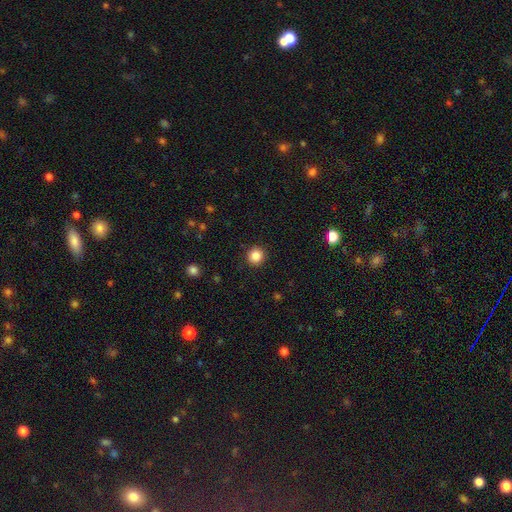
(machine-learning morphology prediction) Q: Smooth or featured?
A: smooth (85%); runner-up: star or artifact (11%)
Q: How rounded?
A: round (93%); runner-up: in between (6%)
Q: Merging?
A: none (92%); runner-up: minor disturbance (5%)